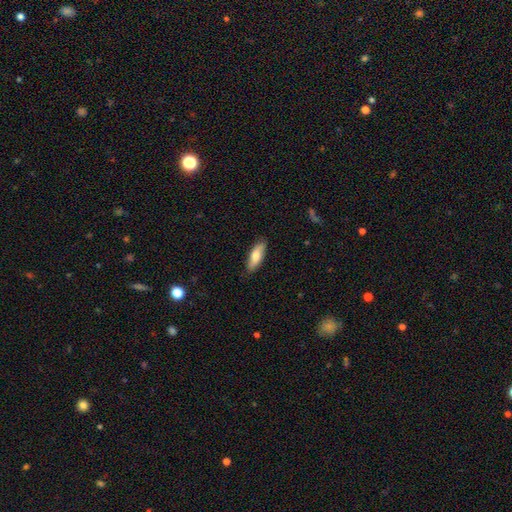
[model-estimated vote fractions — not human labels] Smooth or featured? Predicted: smooth (p=0.74). How rounded? Predicted: in between (p=0.61). Merging? Predicted: none (p=0.86).